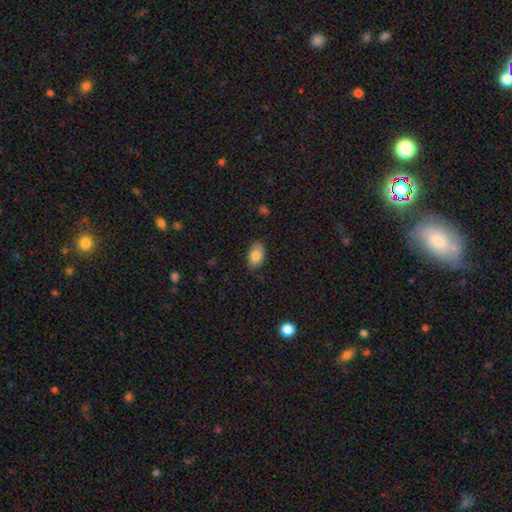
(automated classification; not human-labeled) smooth-or-featured: smooth: 83% | featured or disk: 10% | star or artifact: 7%
  how-rounded: in between: 91% | round: 8% | cigar-shaped: 2%
  merging: none: 82% | minor disturbance: 14% | major disturbance: 2% | merger: 1%